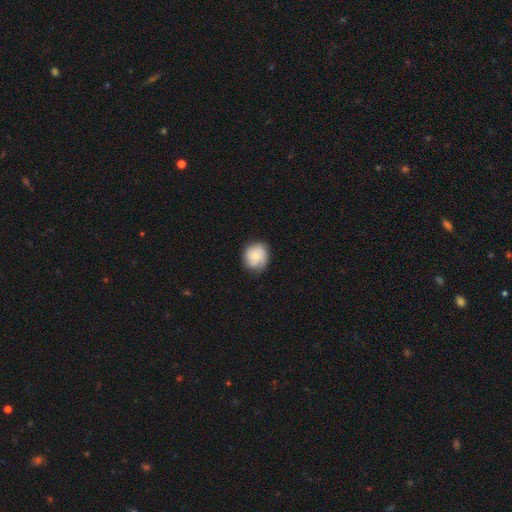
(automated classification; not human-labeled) Q: Smooth or featured?
A: smooth (59%); runner-up: featured or disk (34%)
Q: How rounded?
A: round (77%); runner-up: in between (22%)
Q: Merging?
A: none (76%); runner-up: minor disturbance (18%)